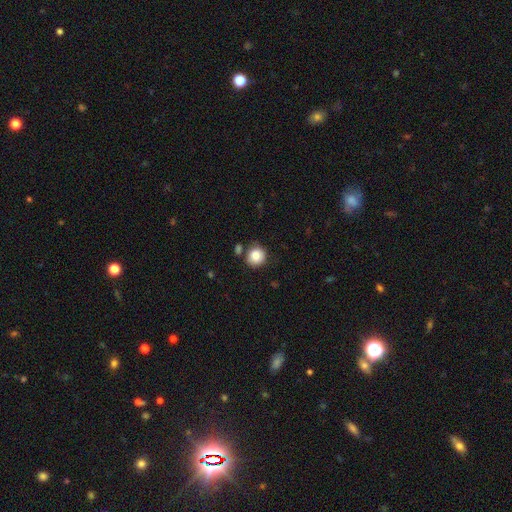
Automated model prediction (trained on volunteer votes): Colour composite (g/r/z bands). It shows a smooth galaxy with no disk features (84%) that is round (90%). Merging: none (77%).